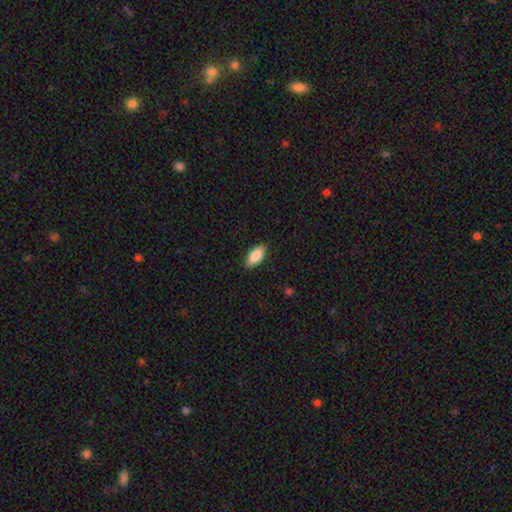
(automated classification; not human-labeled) A smooth galaxy with no disk features (88%) that is in between round and cigar-shaped (90%).

Vote fractions:
- Smooth or featured? smooth: 88% / star or artifact: 6% / featured or disk: 6%
- How rounded? in between: 90% / cigar-shaped: 8% / round: 2%
- Merging? none: 88% / minor disturbance: 9% / major disturbance: 2% / merger: 1%